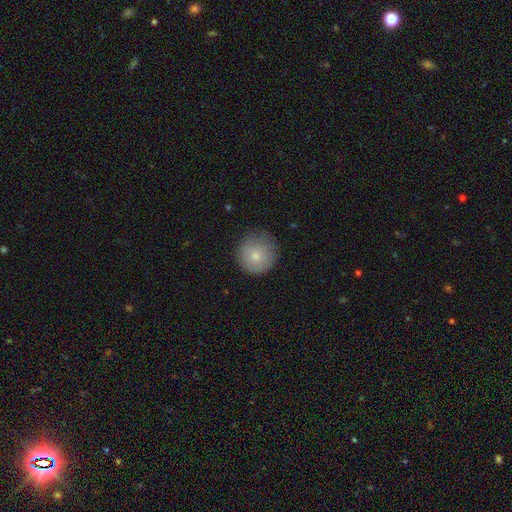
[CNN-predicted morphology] Smooth or featured: smooth — 79% (featured or disk — 14%)
How rounded: round — 93% (in between — 6%)
Merging: none — 75% (minor disturbance — 19%)